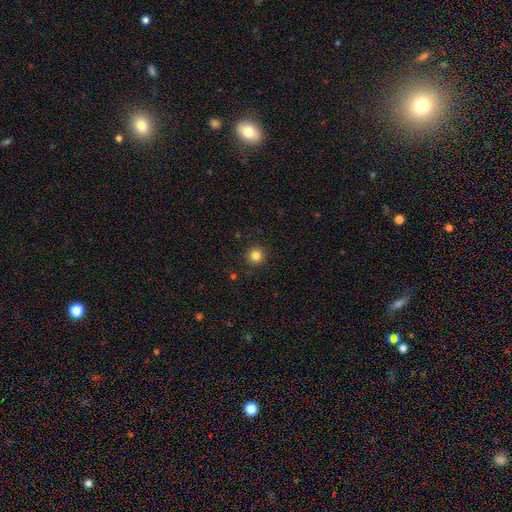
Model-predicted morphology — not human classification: type=smooth (83%); roundness=round (95%); merging=none (92%).